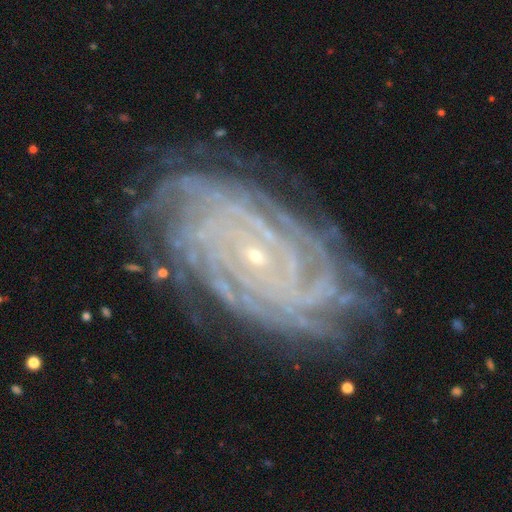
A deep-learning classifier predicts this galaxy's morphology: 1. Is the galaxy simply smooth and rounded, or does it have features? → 89% featured or disk, 7% star or artifact, 4% smooth.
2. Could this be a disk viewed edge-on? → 96% no, 4% yes.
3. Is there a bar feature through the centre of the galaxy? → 71% no, 19% weak, 9% strong.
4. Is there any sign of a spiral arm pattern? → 98% yes, 2% no.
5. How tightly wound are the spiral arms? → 85% tight, 12% medium, 3% loose.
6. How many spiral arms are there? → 36% more than 4, 19% can't tell, 16% 4, 10% 3, 10% 2, 9% 1.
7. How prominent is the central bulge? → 87% small, 10% moderate, 2% none, 1% large, 1% dominant.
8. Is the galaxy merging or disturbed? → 82% none, 12% minor disturbance, 4% major disturbance, 1% merger.